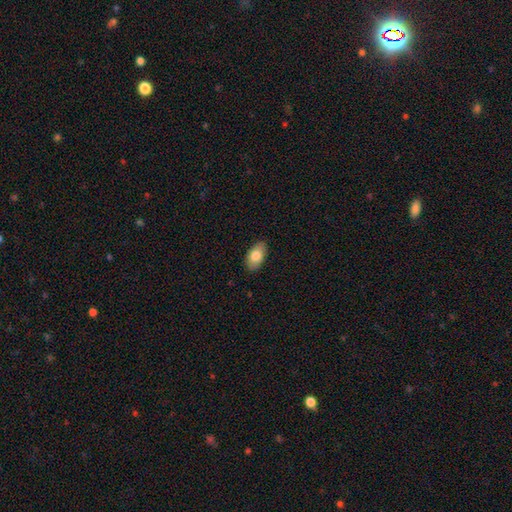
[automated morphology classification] This appears to be a smooth galaxy with no disk features (80%) that is in between round and cigar-shaped (94%). Merging: none (87%).